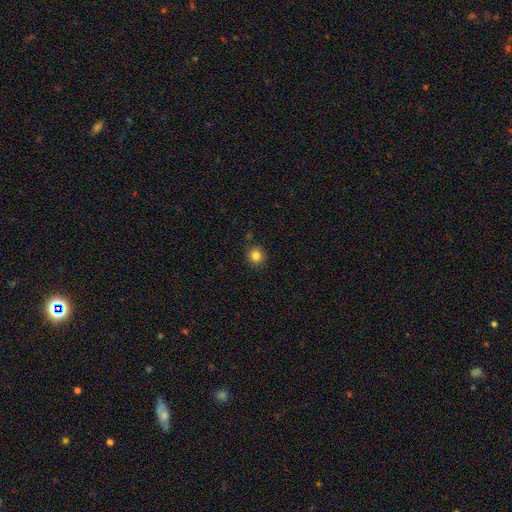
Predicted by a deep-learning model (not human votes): smooth-or-featured: smooth: 83% | star or artifact: 12% | featured or disk: 6%
  how-rounded: round: 91% | in between: 8% | cigar-shaped: 1%
  merging: none: 88% | minor disturbance: 8% | merger: 2% | major disturbance: 2%